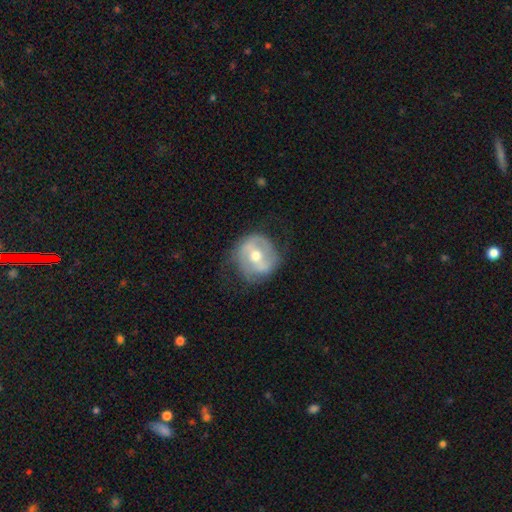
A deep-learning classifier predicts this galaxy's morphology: Smooth or featured?
  - featured or disk: 67% *
  - smooth: 26%
  - star or artifact: 7%
Edge-on disk?
  - no: 96% *
  - yes: 4%
Bar?
  - weak: 41% *
  - no: 30%
  - strong: 29%
Spiral arms?
  - yes: 70% *
  - no: 30%
Bulge size?
  - moderate: 72% *
  - small: 22%
  - large: 4%
  - none: 1%
  - dominant: 1%
Merging?
  - none: 65% *
  - minor disturbance: 23%
  - major disturbance: 11%
  - merger: 2%